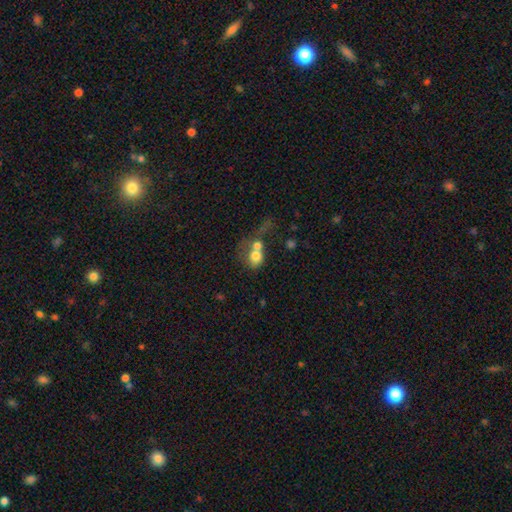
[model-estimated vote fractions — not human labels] smooth_or_featured: smooth (p=0.69) [alt: featured or disk p=0.21]
how_rounded: round (p=0.60) [alt: in between p=0.39]
merging: merger (p=0.64) [alt: none p=0.17]